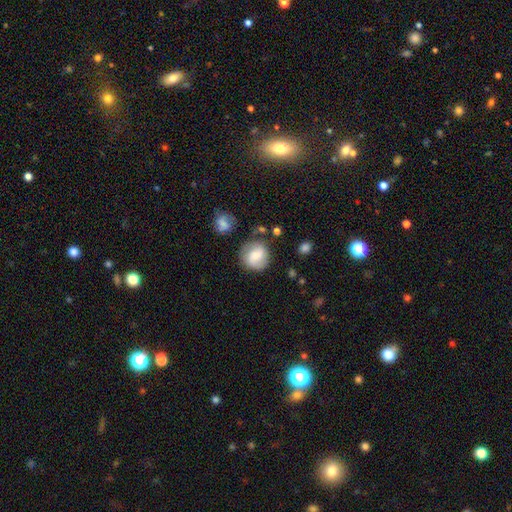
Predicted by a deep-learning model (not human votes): Smooth or featured? smooth (53%)
How rounded? round (87%)
Merging? none (74%)